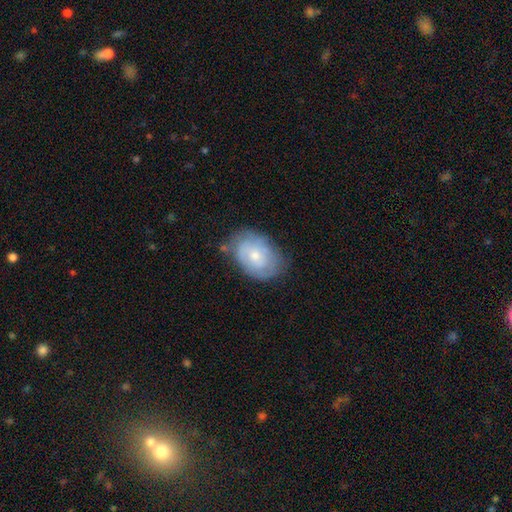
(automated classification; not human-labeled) Smooth or featured?
  - featured or disk: 51% *
  - smooth: 43%
  - star or artifact: 7%
Edge-on disk?
  - no: 96% *
  - yes: 4%
Merging?
  - none: 62% *
  - minor disturbance: 28%
  - major disturbance: 8%
  - merger: 3%